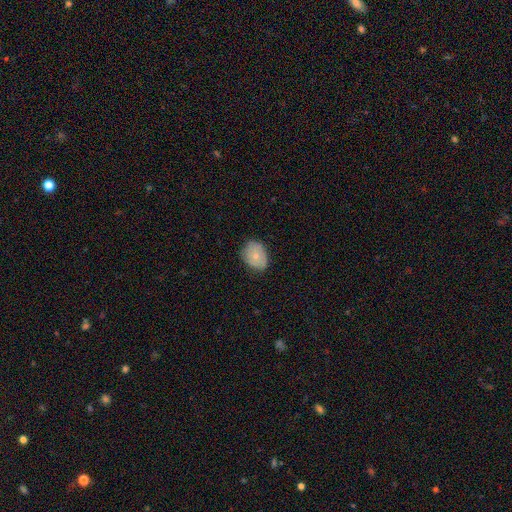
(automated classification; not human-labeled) smooth-or-featured: smooth: 69% | featured or disk: 23% | star or artifact: 8%
  how-rounded: in between: 60% | round: 39% | cigar-shaped: 1%
  merging: none: 73% | minor disturbance: 22% | major disturbance: 4% | merger: 1%